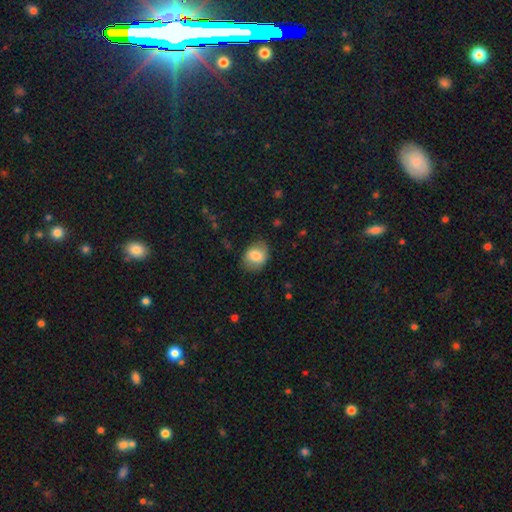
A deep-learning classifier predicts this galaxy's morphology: The model was most divided on "how rounded": in between: 56%, round: 43%, cigar-shaped: 1%. More confident: smooth or featured — smooth (77%); merging — none (73%).